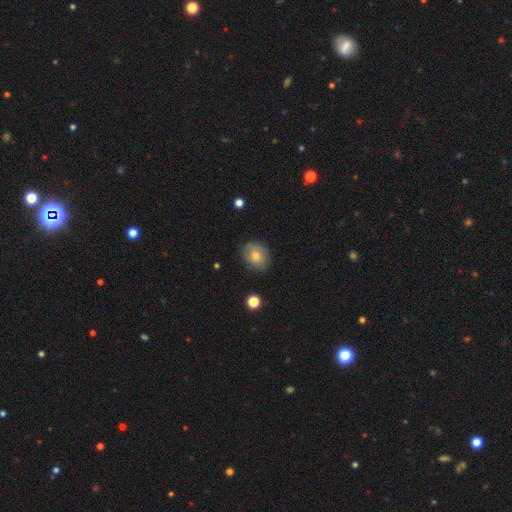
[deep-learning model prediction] This is possibly a smooth galaxy (59%). How rounded: likely round (67%). Merging: clearly none (80%).